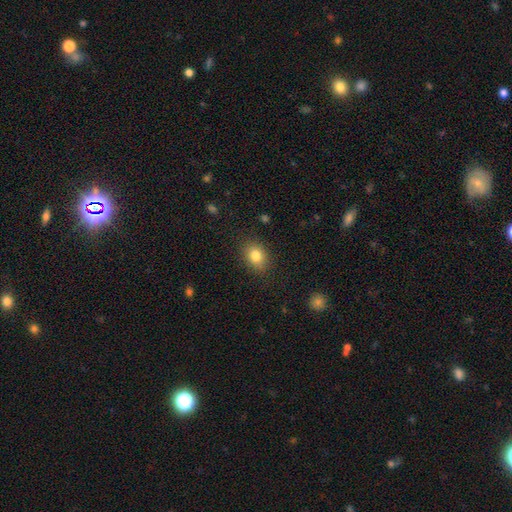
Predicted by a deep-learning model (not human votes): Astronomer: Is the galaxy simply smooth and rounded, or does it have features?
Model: smooth — 82%.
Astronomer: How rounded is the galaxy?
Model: in between — 62% (runner-up: round, 37%).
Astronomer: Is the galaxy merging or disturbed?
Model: none — 86%.